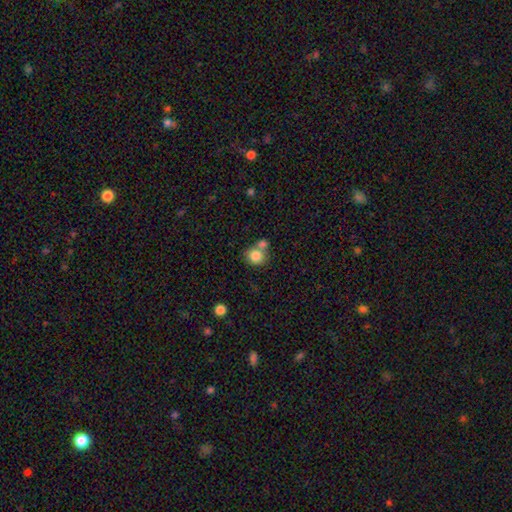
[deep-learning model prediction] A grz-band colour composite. It shows a smooth galaxy with no disk features (83%) that is round (83%). Merging: none (49%).